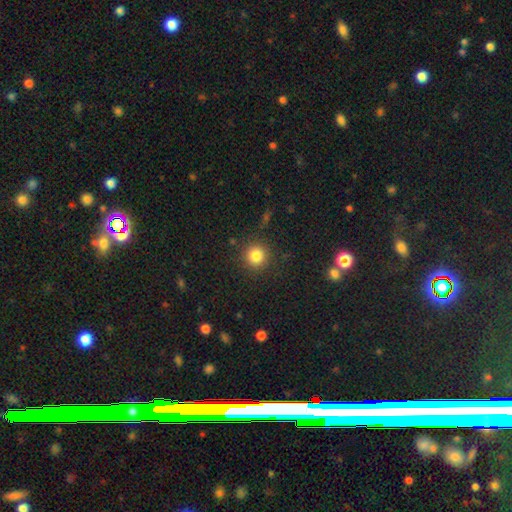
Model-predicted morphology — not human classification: The model was most divided on "smooth or featured": smooth: 83%, star or artifact: 12%, featured or disk: 5%. More confident: how rounded — round (93%); merging — none (89%).